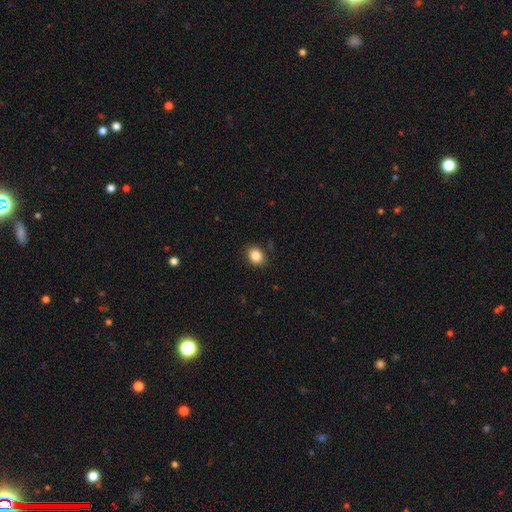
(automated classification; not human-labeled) smooth-or-featured: smooth: 84% | star or artifact: 10% | featured or disk: 6%
  how-rounded: in between: 50% | round: 49% | cigar-shaped: 1%
  merging: none: 88% | minor disturbance: 9% | major disturbance: 2% | merger: 1%